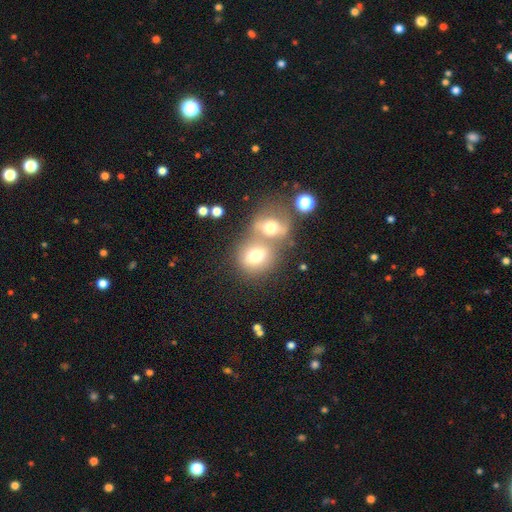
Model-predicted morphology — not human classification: smooth 68%, featured or disk 21%, star or artifact 12%. Down the decision tree: how rounded — round (59%); merging — merger (51%).